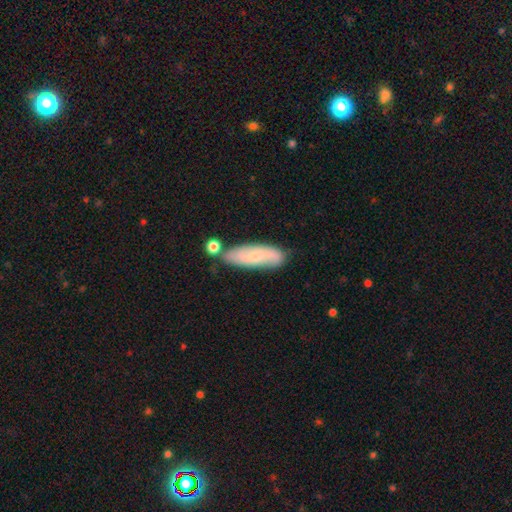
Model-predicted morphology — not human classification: A smooth galaxy with no disk features (50%) that is cigar-shaped (49%, tied with in between). Merging: none (66%).